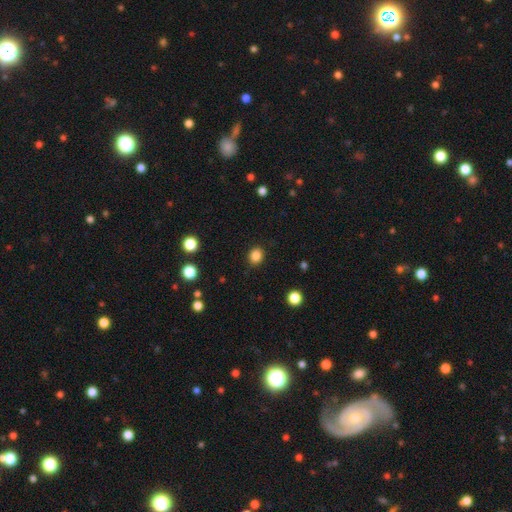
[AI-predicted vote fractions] Smooth or featured? smooth (85%)
How rounded? round (66%)
Merging? none (90%)